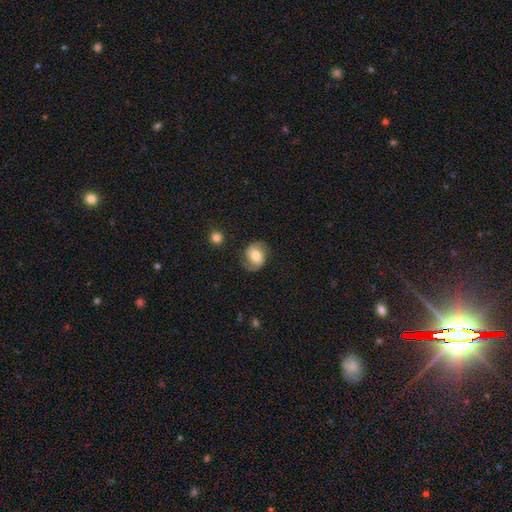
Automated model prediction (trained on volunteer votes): Smooth or featured: featured or disk — 47% (smooth — 46%)
Merging: none — 73% (minor disturbance — 17%)